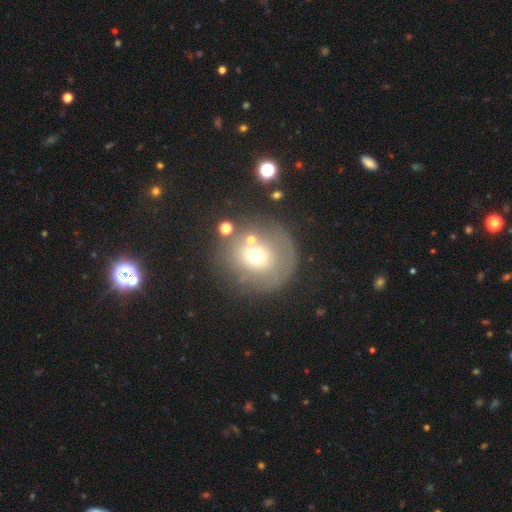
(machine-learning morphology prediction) type=smooth (61%); roundness=round (88%); merging=none (64%).